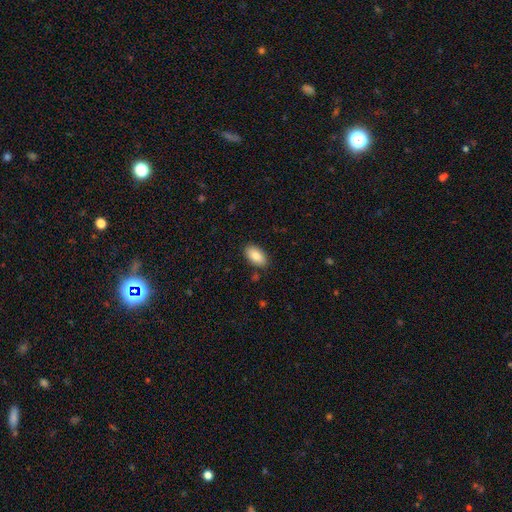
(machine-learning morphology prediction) Smooth or featured? Predicted: smooth (p=0.84). How rounded? Predicted: in between (p=0.94). Merging? Predicted: none (p=0.87).